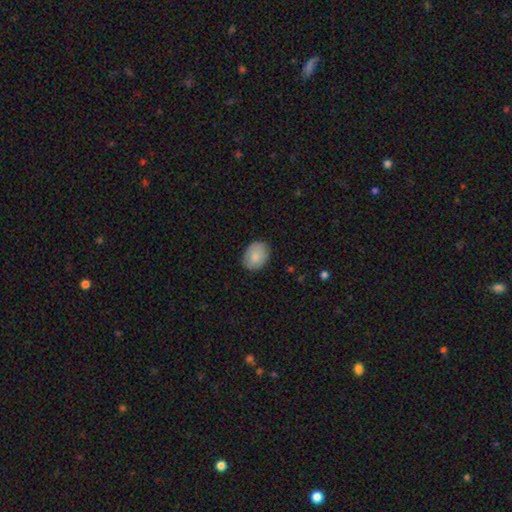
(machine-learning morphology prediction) Overall: smooth (85%). How rounded: in between (62%; round 38%). Merging: none (84%).